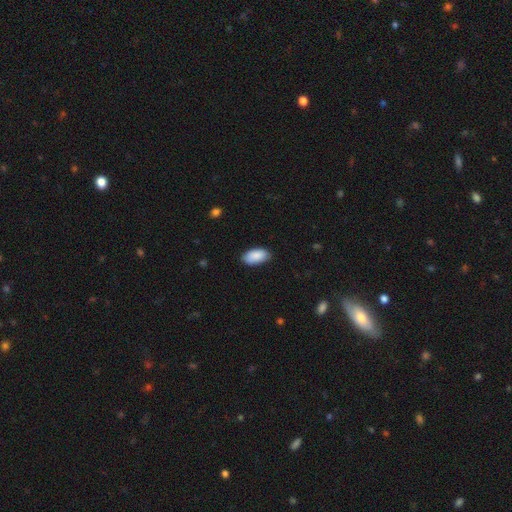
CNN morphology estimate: Q: Smooth or featured?
A: smooth (90%); runner-up: star or artifact (6%)
Q: How rounded?
A: in between (95%); runner-up: cigar-shaped (3%)
Q: Merging?
A: none (84%); runner-up: minor disturbance (12%)